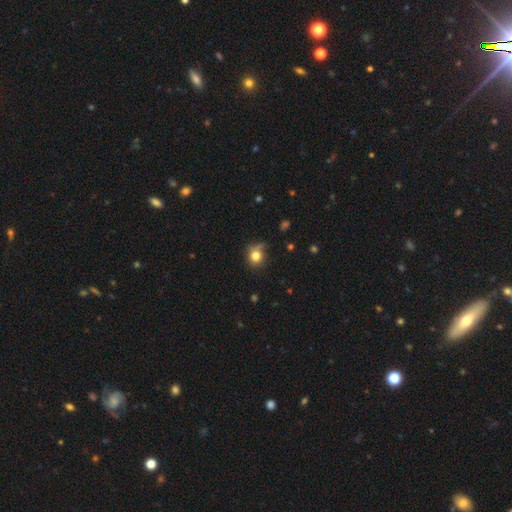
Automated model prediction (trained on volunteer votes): This appears to be a smooth galaxy with no disk features (79%) that is round (79%). Merging: none (59%).